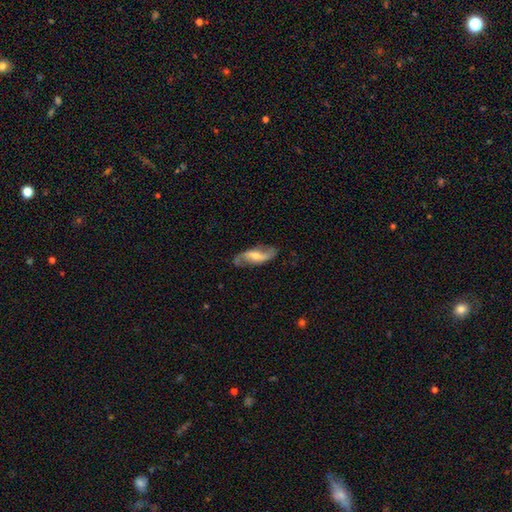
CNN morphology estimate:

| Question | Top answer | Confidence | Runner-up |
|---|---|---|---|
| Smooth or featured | featured or disk | 74% | smooth (20%) |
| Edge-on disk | no | 91% | yes (9%) |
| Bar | weak | 45% | strong (28%) |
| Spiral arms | yes | 92% | no (8%) |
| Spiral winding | loose | 71% | medium (22%) |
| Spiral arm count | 2 | 91% | can't tell (4%) |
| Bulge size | moderate | 47% | small (35%) |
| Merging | none | 77% | minor disturbance (16%) |